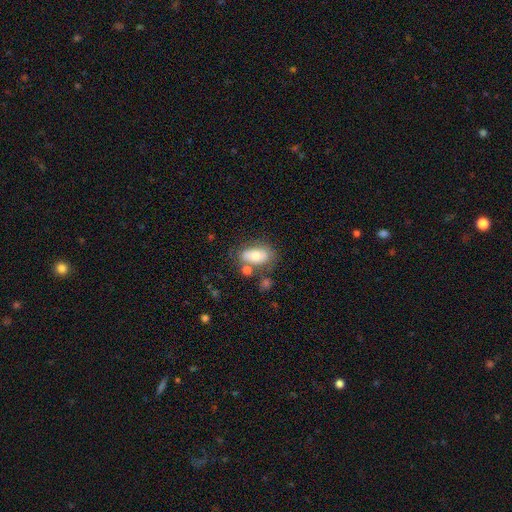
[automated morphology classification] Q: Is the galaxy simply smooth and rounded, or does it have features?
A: smooth — 68%.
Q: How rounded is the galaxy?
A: in between — 90%.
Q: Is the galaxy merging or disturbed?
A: none — 58%.